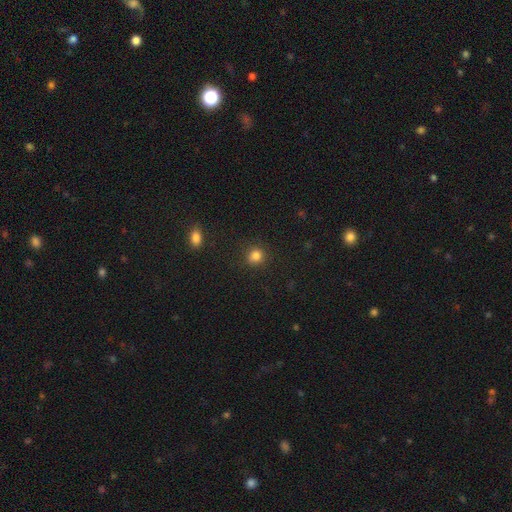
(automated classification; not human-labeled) A smooth galaxy with no disk features (83%) that is round (83%).

Vote fractions:
- Smooth or featured? smooth: 83% / star or artifact: 13% / featured or disk: 5%
- How rounded? round: 83% / in between: 16% / cigar-shaped: 1%
- Merging? none: 82% / minor disturbance: 12% / major disturbance: 4% / merger: 3%